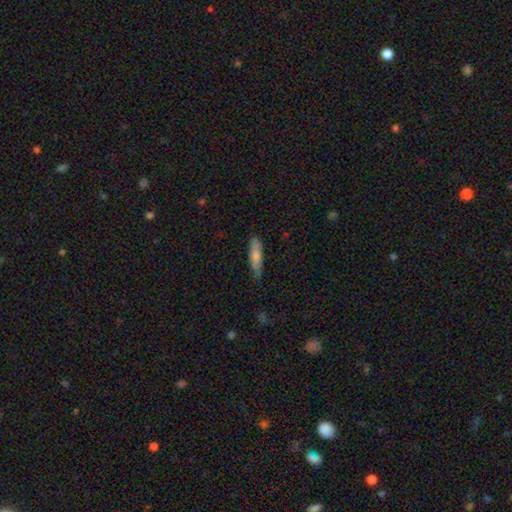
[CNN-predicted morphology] This is likely a smooth galaxy (72%). How rounded: likely cigar-shaped (67%). Merging: likely none (74%).